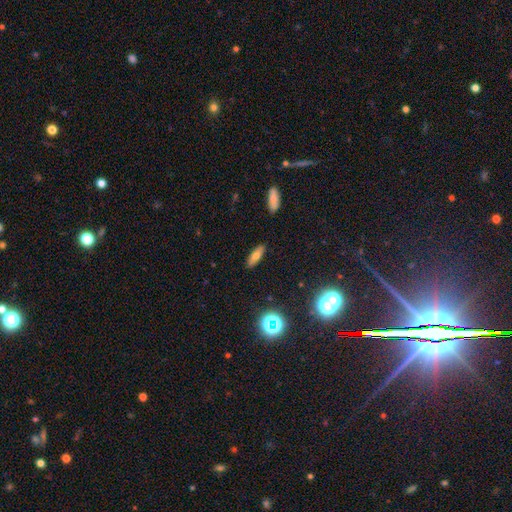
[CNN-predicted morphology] smooth-or-featured: smooth: 66% | featured or disk: 21% | star or artifact: 12%
  how-rounded: in between: 55% | cigar-shaped: 42% | round: 4%
  merging: none: 88% | minor disturbance: 8% | major disturbance: 2% | merger: 1%